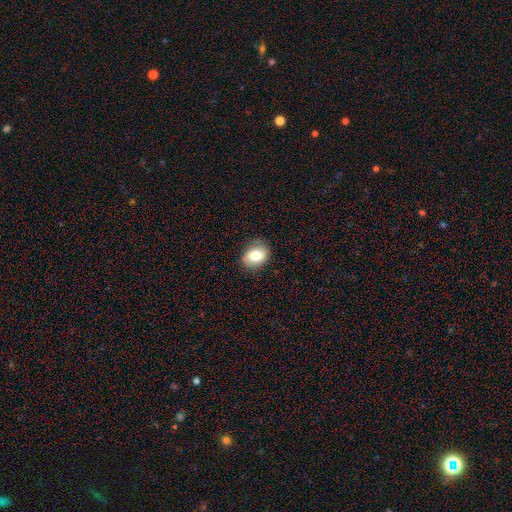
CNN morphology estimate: smooth 75%, featured or disk 16%, star or artifact 9%. Down the decision tree: how rounded — in between (58%); merging — none (82%).